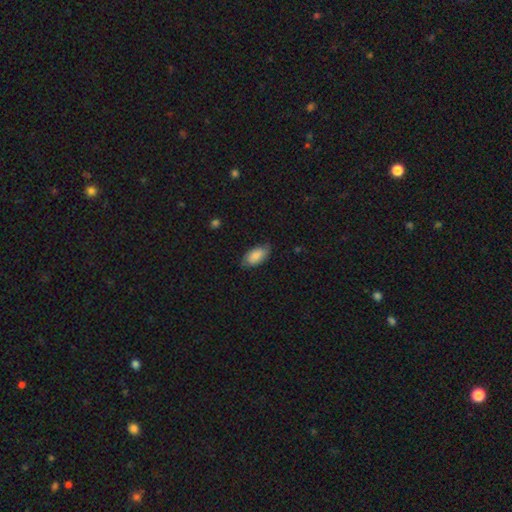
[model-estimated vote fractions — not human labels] The model was most divided on "merging": none: 75%, minor disturbance: 21%, major disturbance: 3%, merger: 1%. More confident: how rounded — in between (94%); smooth or featured — smooth (82%).